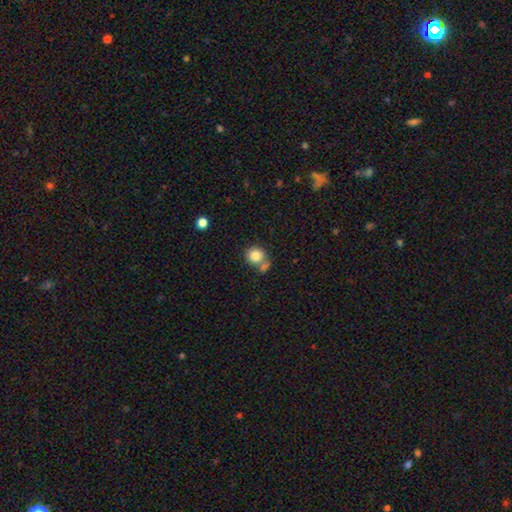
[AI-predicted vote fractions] Smooth or featured: smooth — 82% (star or artifact — 10%)
How rounded: round — 85% (in between — 14%)
Merging: none — 53% (merger — 33%)